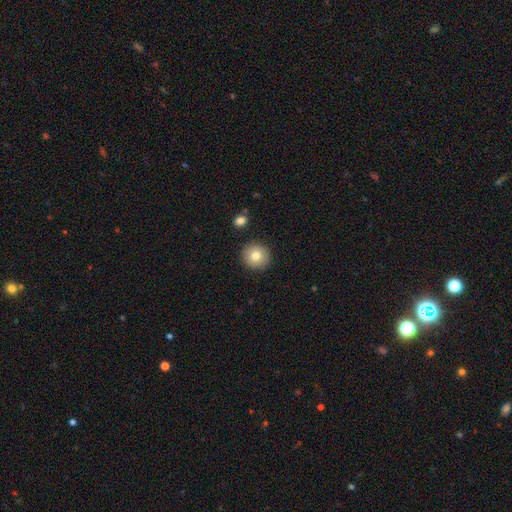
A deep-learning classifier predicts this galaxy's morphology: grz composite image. It shows a smooth galaxy with no disk features (79%) that is round (93%). Merging: none (91%).